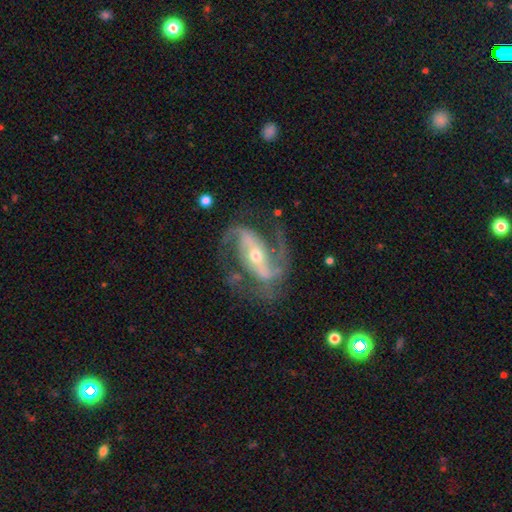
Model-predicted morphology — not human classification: The model was most divided on "bulge size": small: 53%, moderate: 43%, large: 2%, none: 1%, dominant: 1%. More confident: spiral arms — yes (97%); edge-on disk — no (96%); smooth or featured — featured or disk (91%); spiral arm count — 2 (86%); merging — none (71%); bar — strong (58%); spiral winding — medium (54%).